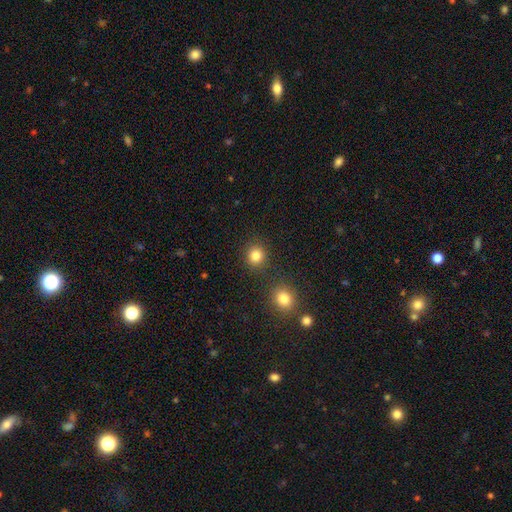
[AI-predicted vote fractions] smooth-or-featured: smooth: 84% | star or artifact: 12% | featured or disk: 4%
  how-rounded: round: 87% | in between: 13% | cigar-shaped: 1%
  merging: none: 84% | minor disturbance: 7% | merger: 6% | major disturbance: 3%